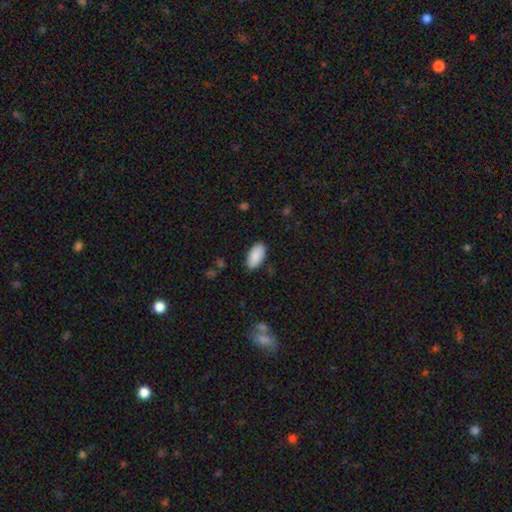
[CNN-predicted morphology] type=smooth (88%); roundness=in between (95%); merging=none (85%).